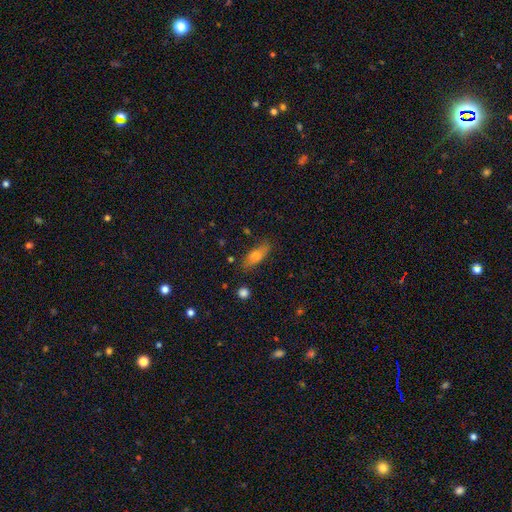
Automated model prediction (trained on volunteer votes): This appears to be a smooth galaxy with no disk features (69%) that is in between round and cigar-shaped (72%). Merging: none (75%).